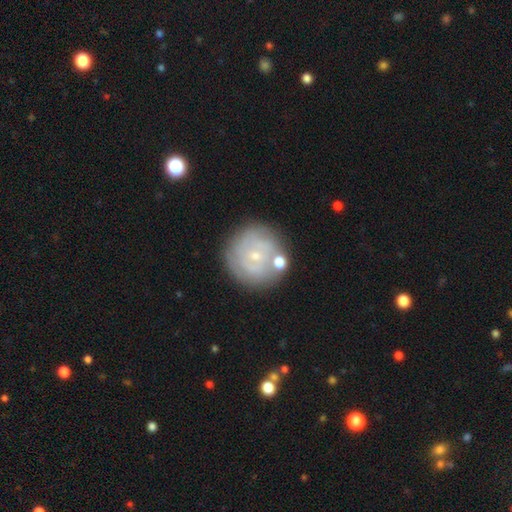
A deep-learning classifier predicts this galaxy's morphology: This appears to be a featured or disk galaxy (58%) with no bar (77%), spiral arms (64%) and a small central bulge (79%). Merging: none (72%).